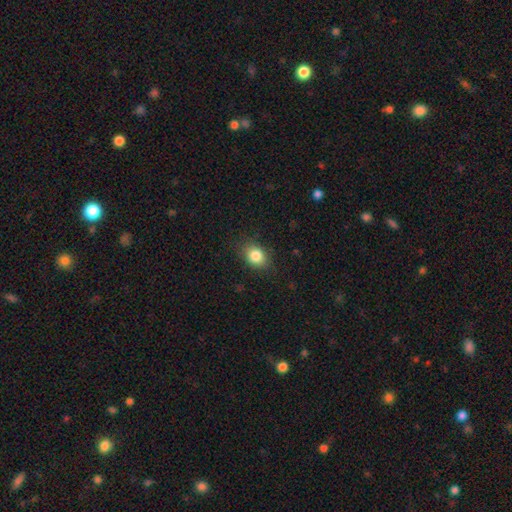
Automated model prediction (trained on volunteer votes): Q: Smooth or featured?
A: smooth (84%); runner-up: star or artifact (10%)
Q: How rounded?
A: in between (58%); runner-up: round (41%)
Q: Merging?
A: none (83%); runner-up: minor disturbance (13%)